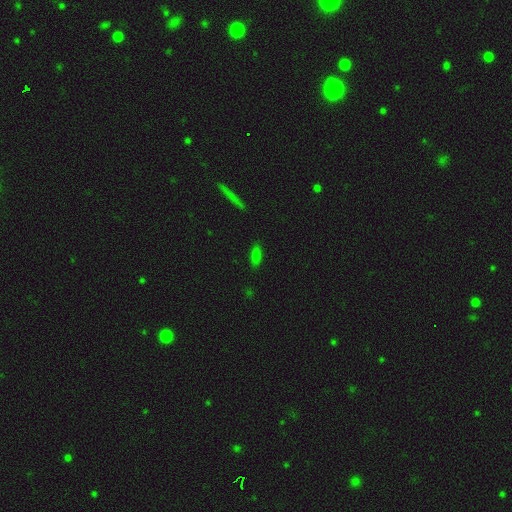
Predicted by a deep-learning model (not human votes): The model was most divided on "how rounded": in between: 69%, cigar-shaped: 28%, round: 3%. More confident: merging — none (86%); smooth or featured — smooth (76%).